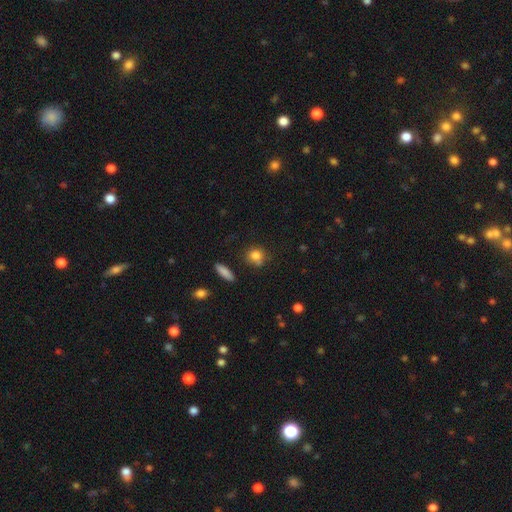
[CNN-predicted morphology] A smooth galaxy with no disk features (81%) that is round (73%).

Vote fractions:
- Smooth or featured? smooth: 81% / star or artifact: 11% / featured or disk: 8%
- How rounded? round: 73% / in between: 24% / cigar-shaped: 3%
- Merging? none: 66% / minor disturbance: 17% / merger: 11% / major disturbance: 5%